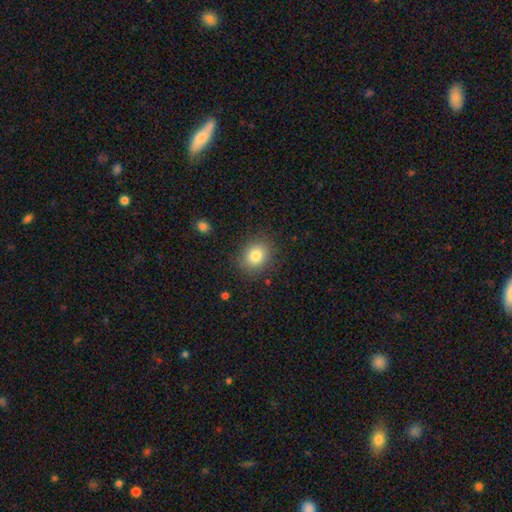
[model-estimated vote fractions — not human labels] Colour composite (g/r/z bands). It shows a smooth galaxy with no disk features (81%) that is round (70%). Merging: none (86%).